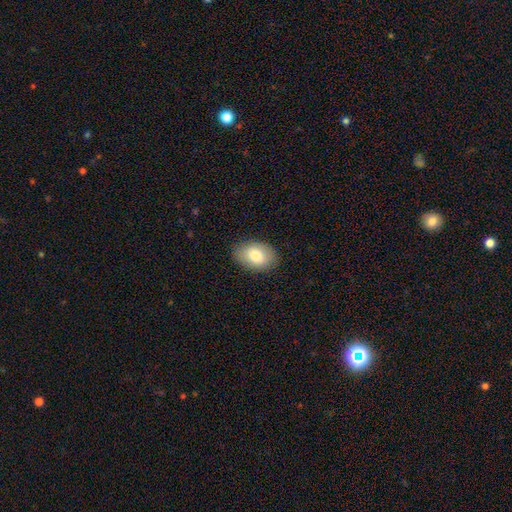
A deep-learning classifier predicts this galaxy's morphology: smooth_or_featured: smooth (p=0.80) [alt: featured or disk p=0.13]
how_rounded: in between (p=0.88) [alt: round p=0.11]
merging: none (p=0.86) [alt: minor disturbance p=0.10]